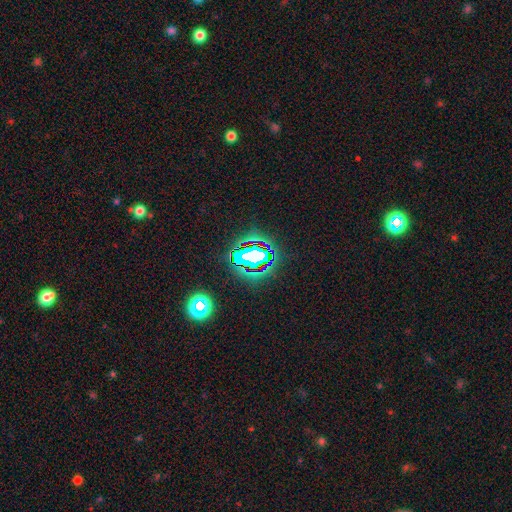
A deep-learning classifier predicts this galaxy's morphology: Q: Smooth or featured?
A: star or artifact (61%); runner-up: smooth (25%)